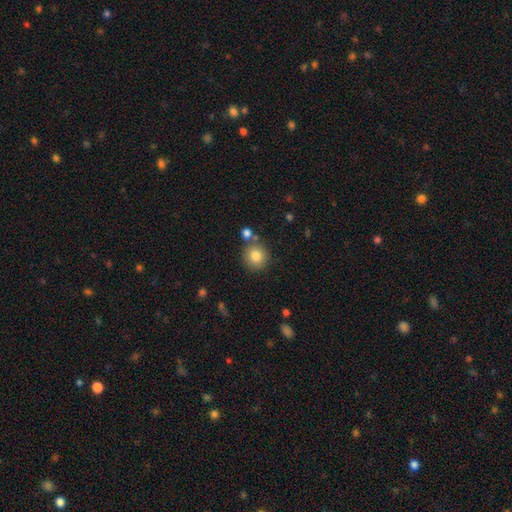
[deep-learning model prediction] smooth-or-featured: smooth: 82% | star or artifact: 10% | featured or disk: 8%
  how-rounded: round: 90% | in between: 9% | cigar-shaped: 1%
  merging: none: 75% | merger: 12% | minor disturbance: 10% | major disturbance: 3%